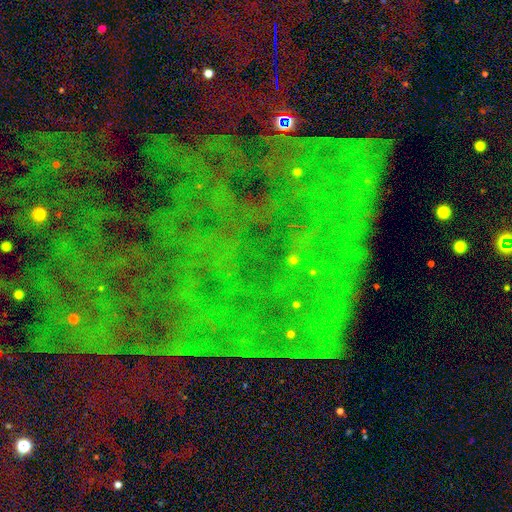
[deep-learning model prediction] The model was most divided on "smooth or featured": star or artifact: 83%, featured or disk: 10%, smooth: 8%.